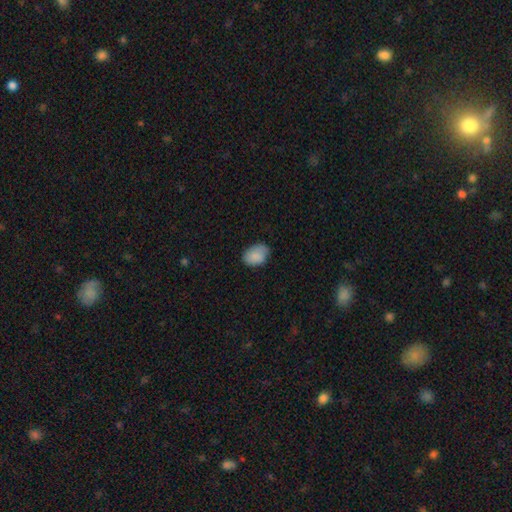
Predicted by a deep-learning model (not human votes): Smooth or featured: smooth — 87% (star or artifact — 7%)
How rounded: in between — 82% (round — 17%)
Merging: none — 71% (minor disturbance — 23%)